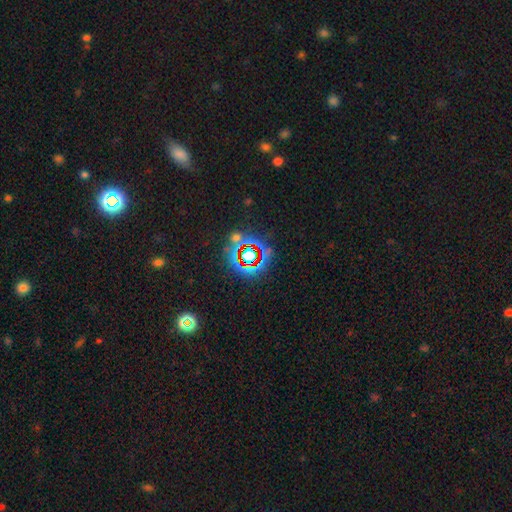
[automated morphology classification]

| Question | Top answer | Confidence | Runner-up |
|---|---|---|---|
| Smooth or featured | star or artifact | 73% | smooth (14%) |